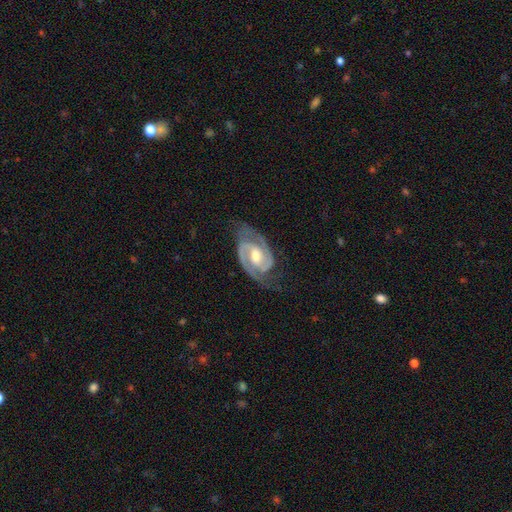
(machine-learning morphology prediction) Smooth or featured: featured or disk — 93% (smooth — 4%)
Edge-on disk: no — 97% (yes — 3%)
Bar: weak — 46% (no — 32%)
Spiral arms: yes — 98% (no — 2%)
Spiral winding: medium — 48% (tight — 44%)
Spiral arm count: 2 — 93% (can't tell — 2%)
Bulge size: moderate — 72% (small — 20%)
Merging: none — 75% (minor disturbance — 18%)